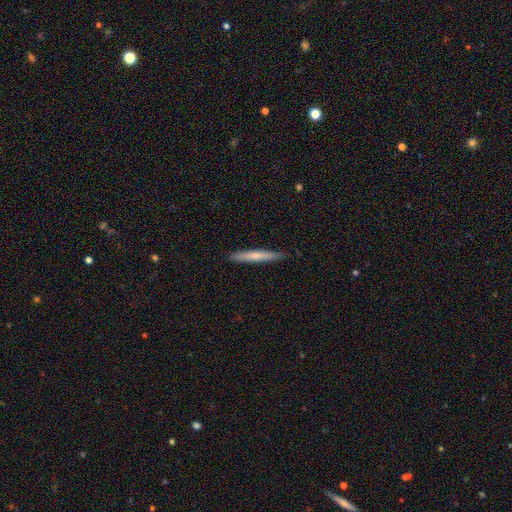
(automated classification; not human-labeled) This is likely a smooth galaxy (65%). How rounded: clearly cigar-shaped (96%). Merging: clearly none (90%).